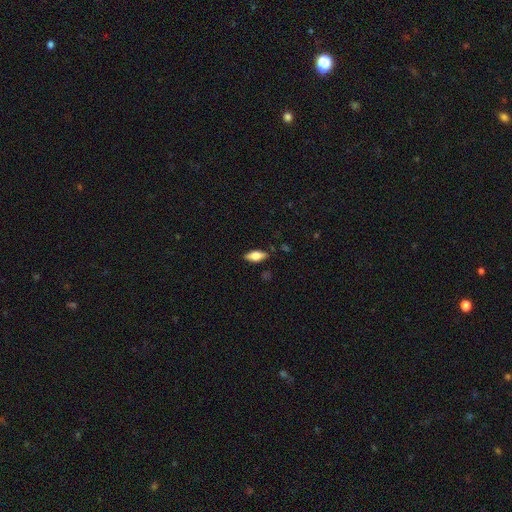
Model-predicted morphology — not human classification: Q: Smooth or featured?
A: smooth (76%); runner-up: featured or disk (17%)
Q: How rounded?
A: in between (83%); runner-up: cigar-shaped (14%)
Q: Merging?
A: none (81%); runner-up: minor disturbance (15%)